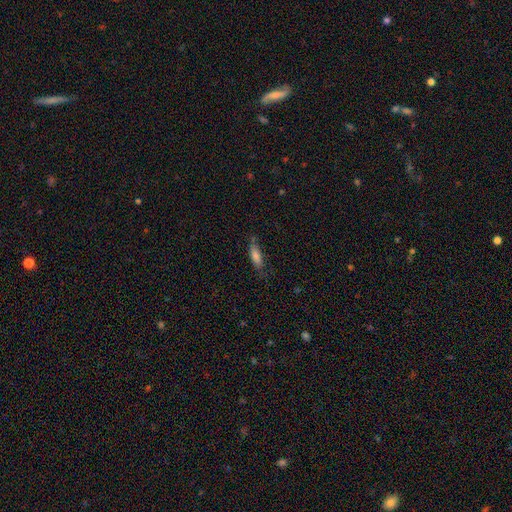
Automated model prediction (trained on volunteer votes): Smooth or featured? smooth (71%)
How rounded? cigar-shaped (58%)
Merging? none (67%)